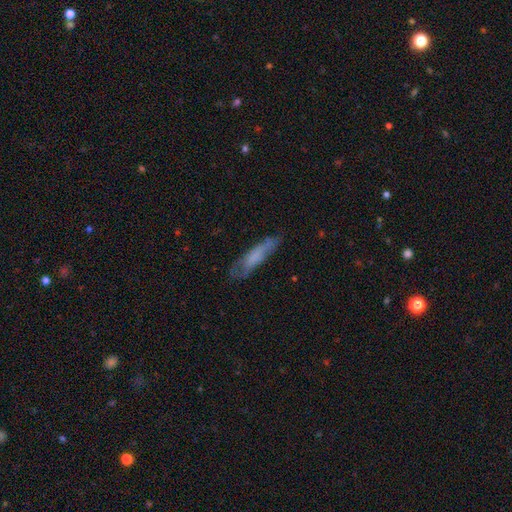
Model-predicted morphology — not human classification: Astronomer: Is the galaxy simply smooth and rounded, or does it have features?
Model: smooth — 56% (runner-up: featured or disk, 36%).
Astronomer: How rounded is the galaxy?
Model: cigar-shaped — 75%.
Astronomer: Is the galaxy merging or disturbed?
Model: none — 66%.